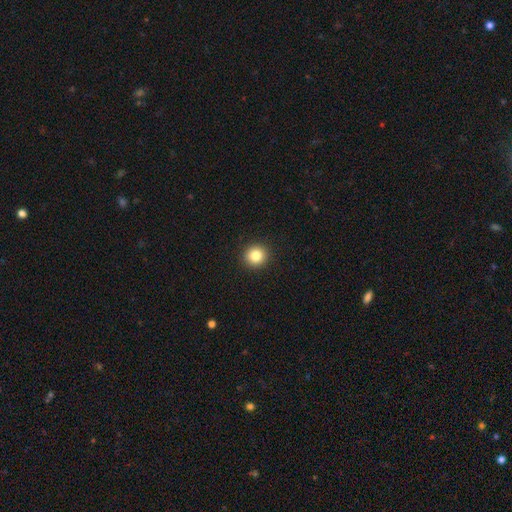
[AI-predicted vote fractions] This appears to be a smooth galaxy with no disk features (83%) that is round (92%). Merging: none (93%).